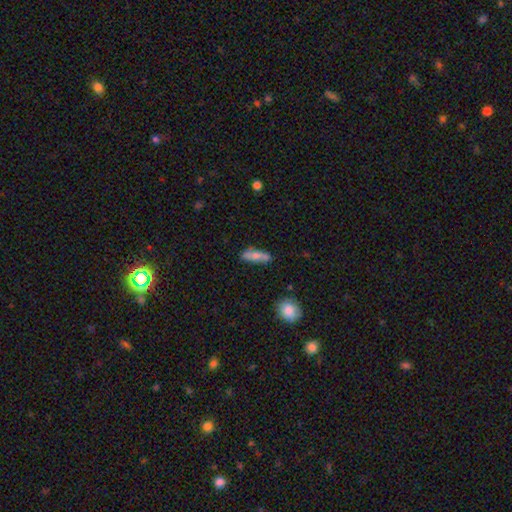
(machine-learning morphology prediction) Smooth or featured? smooth (66%)
How rounded? cigar-shaped (52%)
Merging? none (71%)